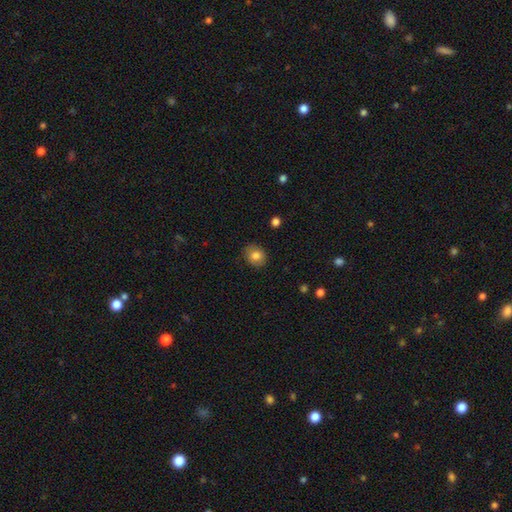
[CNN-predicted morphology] A smooth galaxy with no disk features (81%) that is round (67%). Merging: none (87%).